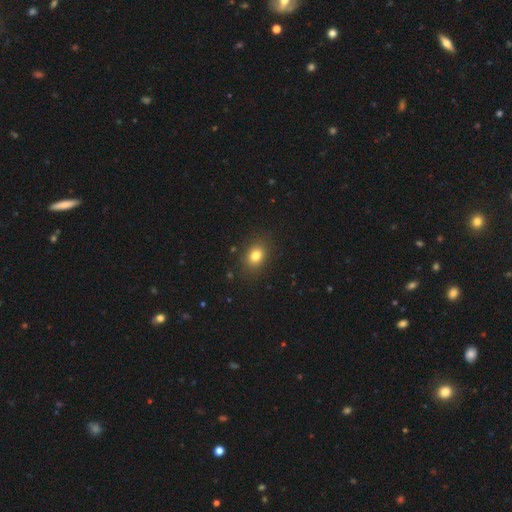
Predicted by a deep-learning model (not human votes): A smooth galaxy with no disk features (81%) that is in between round and cigar-shaped (63%). Merging: none (86%).